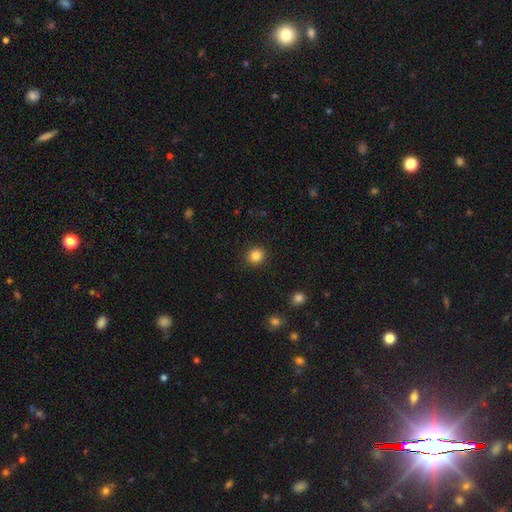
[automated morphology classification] This is clearly a smooth galaxy (85%). How rounded: clearly round (90%). Merging: clearly none (91%).